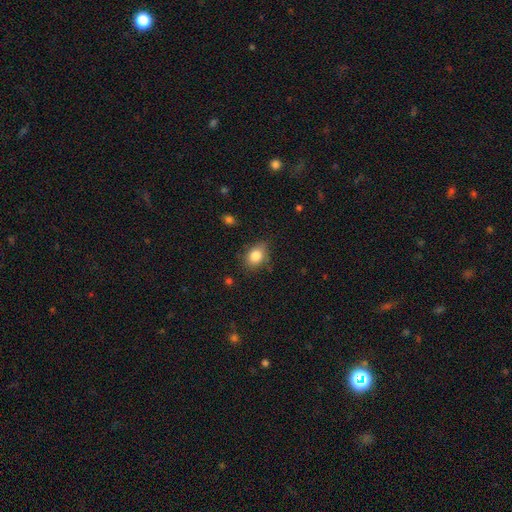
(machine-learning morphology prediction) smooth-or-featured: smooth: 83% | star or artifact: 9% | featured or disk: 8%
  how-rounded: in between: 63% | round: 35% | cigar-shaped: 1%
  merging: none: 77% | minor disturbance: 18% | major disturbance: 4% | merger: 2%